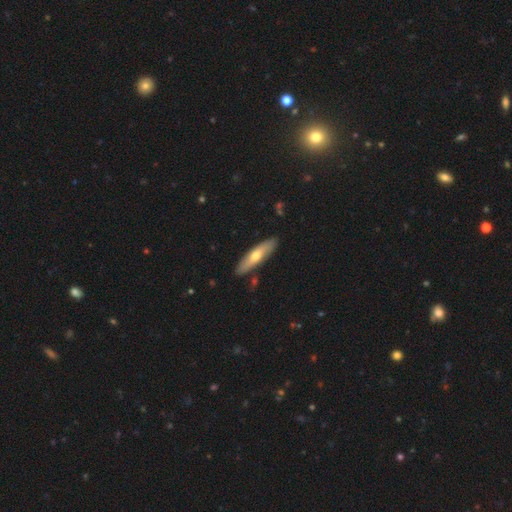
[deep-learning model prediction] Smooth or featured: smooth — 57% (featured or disk — 38%)
How rounded: cigar-shaped — 68% (in between — 30%)
Merging: none — 87% (minor disturbance — 9%)